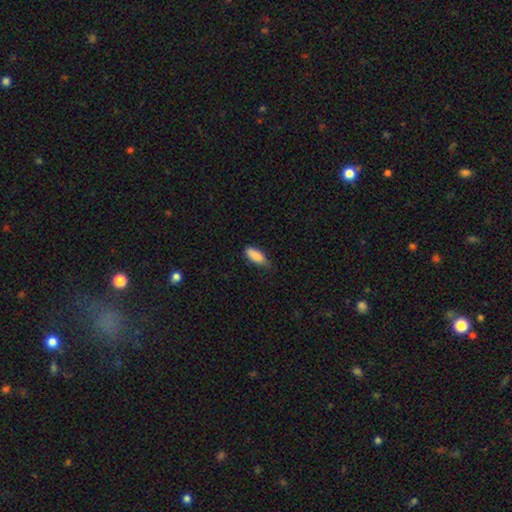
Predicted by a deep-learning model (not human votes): Smooth or featured? Predicted: smooth (p=0.87). How rounded? Predicted: in between (p=0.75). Merging? Predicted: none (p=0.56).